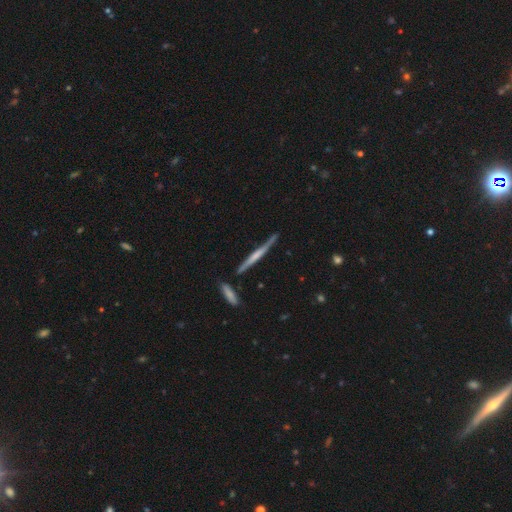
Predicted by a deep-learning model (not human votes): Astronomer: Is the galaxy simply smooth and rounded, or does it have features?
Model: featured or disk — 60% (runner-up: smooth, 35%).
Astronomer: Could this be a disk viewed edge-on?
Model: yes — 96%.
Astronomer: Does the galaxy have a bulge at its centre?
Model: none — 48% (runner-up: rounded, 30%).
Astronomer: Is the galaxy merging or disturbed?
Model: none — 75%.